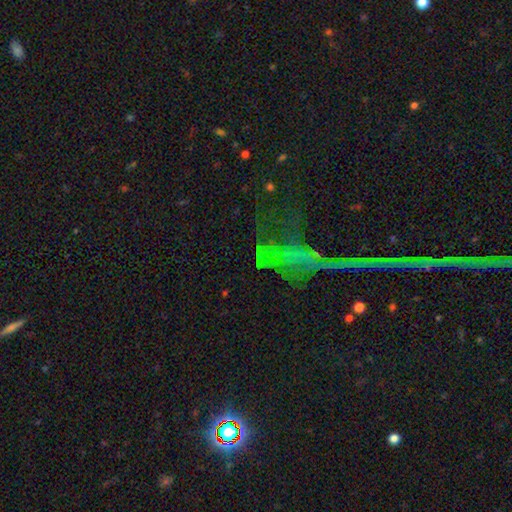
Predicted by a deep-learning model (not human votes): This is likely a star or artifact rather than a galaxy (66%).